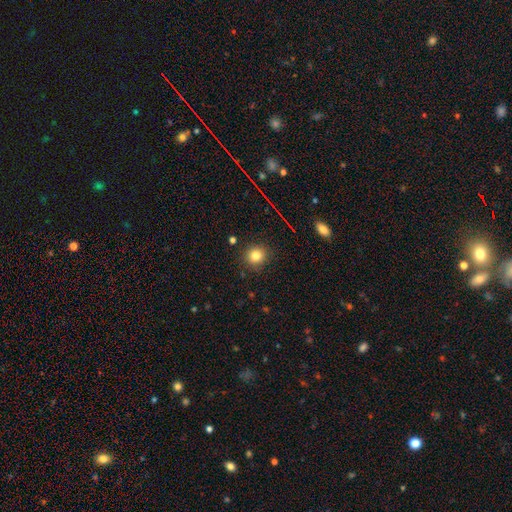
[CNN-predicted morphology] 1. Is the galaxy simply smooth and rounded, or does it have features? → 80% smooth, 13% star or artifact, 7% featured or disk.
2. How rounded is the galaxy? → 86% round, 13% in between, 1% cigar-shaped.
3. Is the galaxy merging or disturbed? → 87% none, 8% minor disturbance, 3% major disturbance, 2% merger.